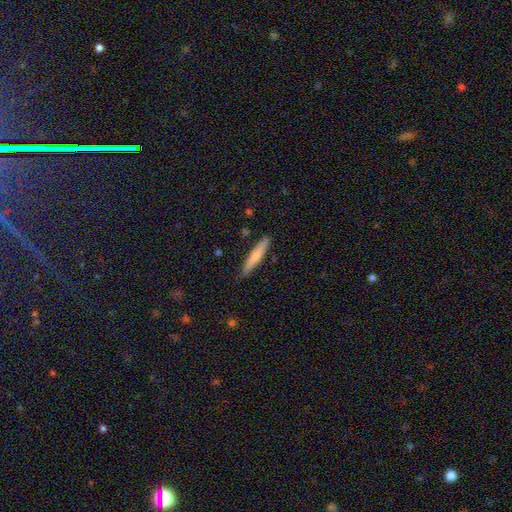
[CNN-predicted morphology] Smooth or featured?
  - smooth: 70% *
  - featured or disk: 24%
  - star or artifact: 5%
How rounded?
  - cigar-shaped: 90% *
  - in between: 9%
  - round: 1%
Merging?
  - none: 85% *
  - minor disturbance: 11%
  - major disturbance: 2%
  - merger: 2%